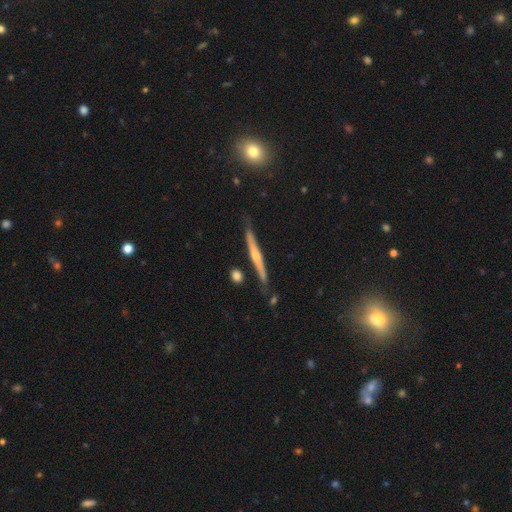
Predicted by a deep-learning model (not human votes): Q: Smooth or featured?
A: featured or disk (64%); runner-up: smooth (29%)
Q: Edge-on disk?
A: yes (96%); runner-up: no (4%)
Q: Edge-on bulge?
A: rounded (59%); runner-up: none (31%)
Q: Merging?
A: none (78%); runner-up: minor disturbance (15%)